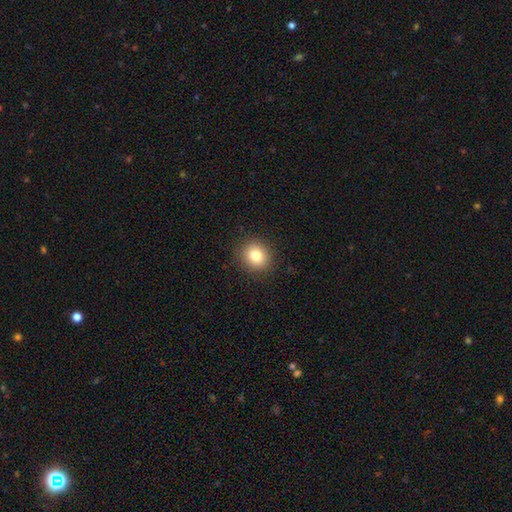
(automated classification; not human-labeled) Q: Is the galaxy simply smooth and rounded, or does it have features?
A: smooth — 82%.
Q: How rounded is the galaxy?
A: round — 80%.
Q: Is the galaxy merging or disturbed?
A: none — 90%.